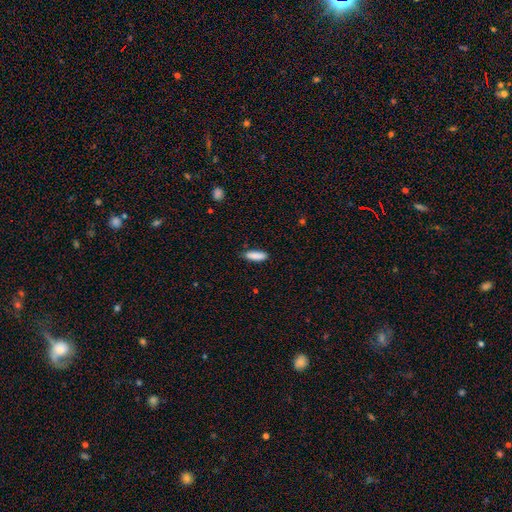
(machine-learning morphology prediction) type=smooth (88%); roundness=in between (53%); merging=none (81%).